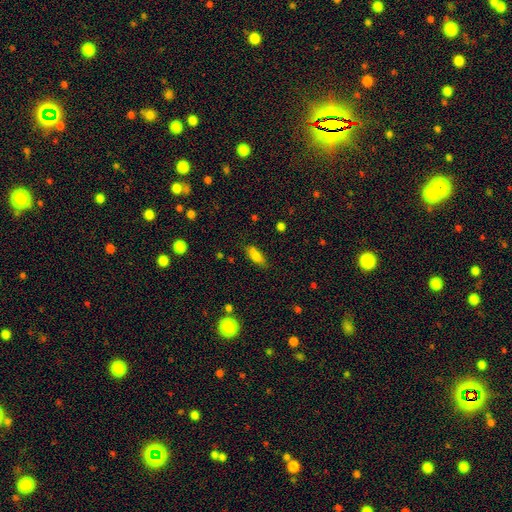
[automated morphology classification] The model was most divided on "how rounded": in between: 69%, cigar-shaped: 28%, round: 3%. More confident: merging — none (79%); smooth or featured — smooth (78%).